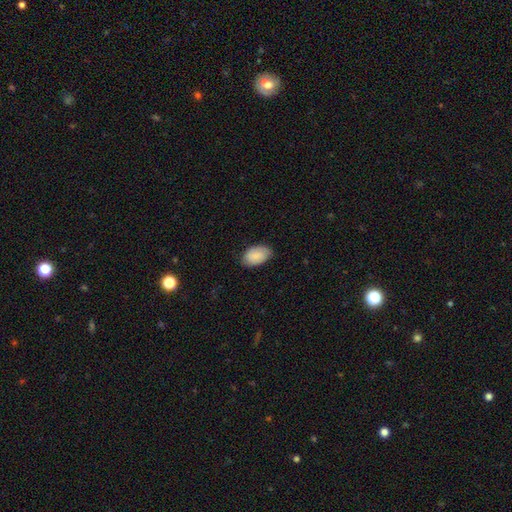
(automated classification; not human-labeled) Q: Smooth or featured?
A: smooth (84%); runner-up: featured or disk (10%)
Q: How rounded?
A: in between (93%); runner-up: round (6%)
Q: Merging?
A: none (78%); runner-up: minor disturbance (18%)